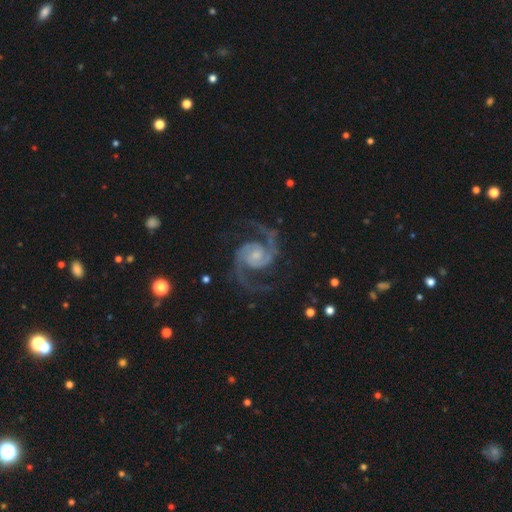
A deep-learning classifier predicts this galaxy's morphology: A featured or disk galaxy (94%) with no bar (64%), 2 (94%) medium (61%) spiral arms (99%) and a small central bulge (52%).

Vote fractions:
- Smooth or featured? featured or disk: 94% / star or artifact: 4% / smooth: 2%
- Edge-on disk? no: 98% / yes: 2%
- Bar? no: 64% / weak: 28% / strong: 8%
- Spiral arms? yes: 99% / no: 1%
- Spiral winding? medium: 61% / loose: 20% / tight: 18%
- Spiral arm count? 2: 94% / 3: 2% / can't tell: 1% / 1: 1% / 4: 1% / more than 4: 1%
- Bulge size? small: 52% / moderate: 34% / none: 8% / large: 4% / dominant: 1%
- Merging? none: 78% / minor disturbance: 13% / major disturbance: 8% / merger: 2%